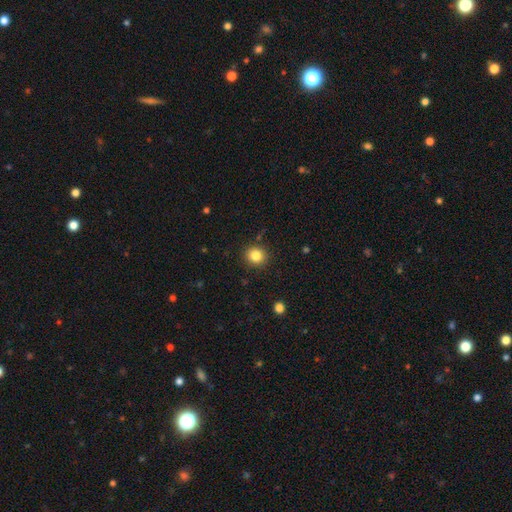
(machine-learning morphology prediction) Q: Smooth or featured?
A: smooth (83%); runner-up: star or artifact (11%)
Q: How rounded?
A: round (88%); runner-up: in between (11%)
Q: Merging?
A: none (89%); runner-up: minor disturbance (7%)